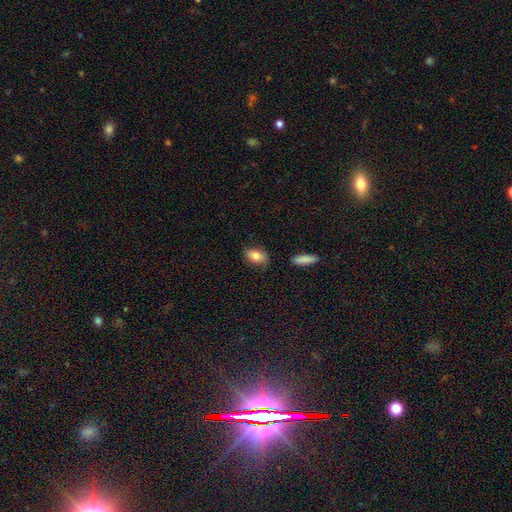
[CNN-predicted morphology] Overall: smooth (82%). How rounded: in between (87%). Merging: none (79%).